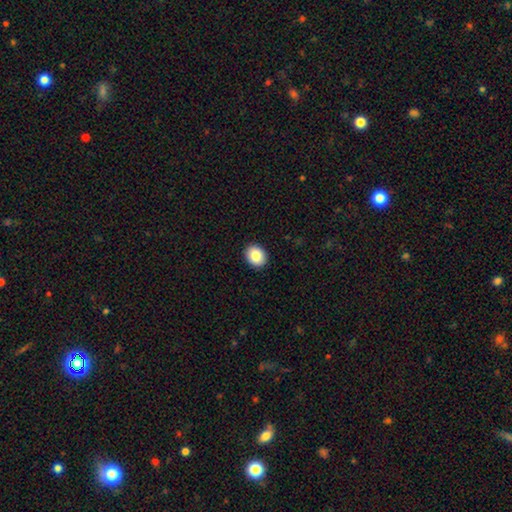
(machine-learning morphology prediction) Smooth or featured?
  - smooth: 86% *
  - star or artifact: 8%
  - featured or disk: 6%
How rounded?
  - round: 54% *
  - in between: 46%
  - cigar-shaped: 1%
Merging?
  - none: 92% *
  - minor disturbance: 6%
  - major disturbance: 2%
  - merger: 1%